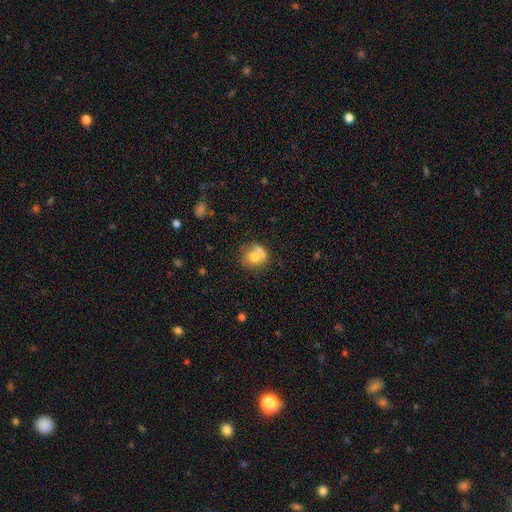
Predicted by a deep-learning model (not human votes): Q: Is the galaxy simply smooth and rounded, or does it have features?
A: smooth — 66%.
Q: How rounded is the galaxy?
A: round — 72%.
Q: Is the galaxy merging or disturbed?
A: none — 38%.